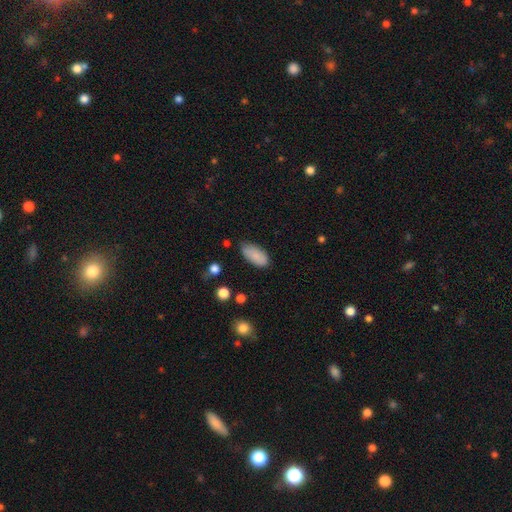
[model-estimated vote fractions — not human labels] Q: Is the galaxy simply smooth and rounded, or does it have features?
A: smooth — 85%.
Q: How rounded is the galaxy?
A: in between — 92%.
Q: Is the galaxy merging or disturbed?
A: none — 72%.